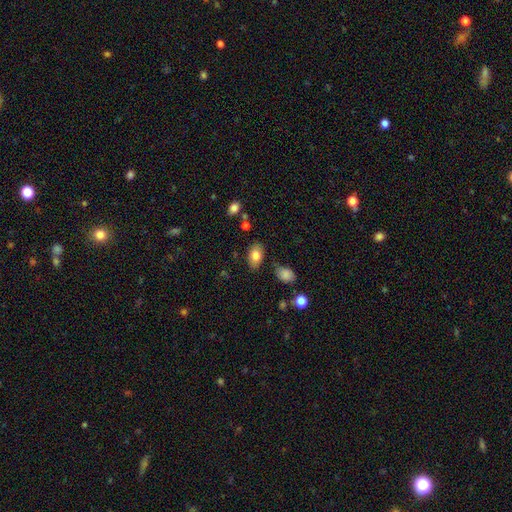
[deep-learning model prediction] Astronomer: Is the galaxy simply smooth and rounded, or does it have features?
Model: smooth — 81%.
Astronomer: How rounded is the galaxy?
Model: in between — 88%.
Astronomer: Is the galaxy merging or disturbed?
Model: none — 80%.